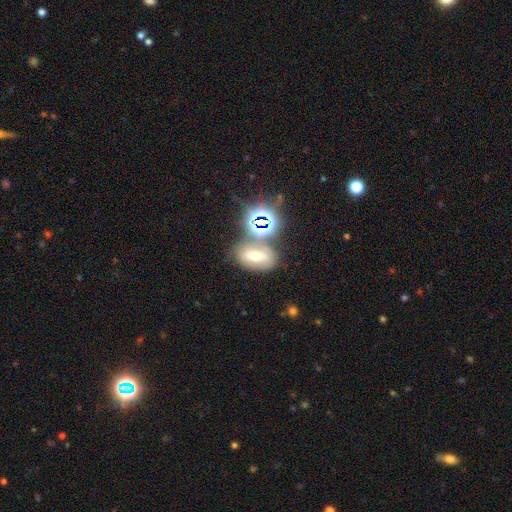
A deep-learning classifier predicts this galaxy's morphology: Smooth or featured?
  - star or artifact: 39% *
  - smooth: 37%
  - featured or disk: 25%